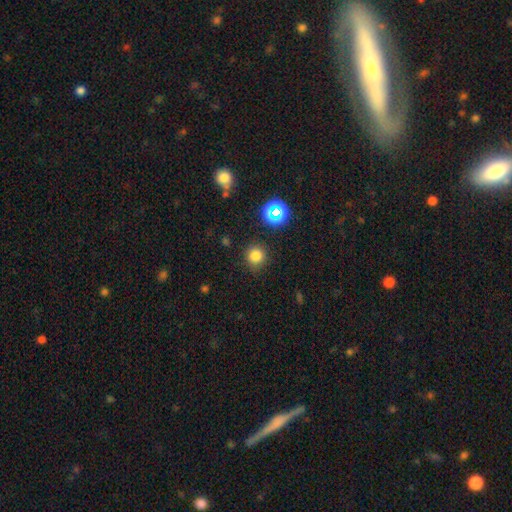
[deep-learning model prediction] Smooth or featured: smooth — 77% (star or artifact — 17%)
How rounded: round — 92% (in between — 7%)
Merging: none — 85% (minor disturbance — 10%)